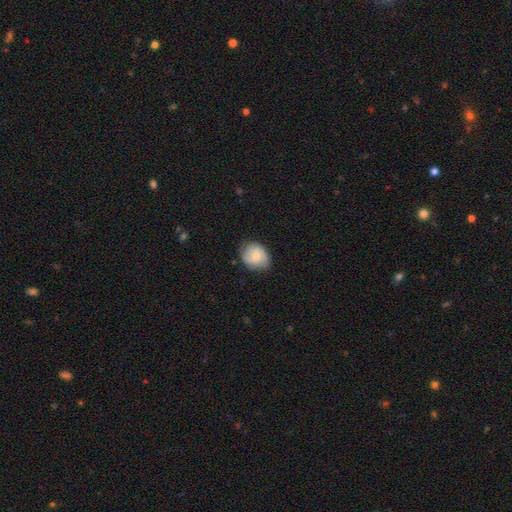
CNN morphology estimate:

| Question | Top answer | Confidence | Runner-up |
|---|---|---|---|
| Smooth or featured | smooth | 53% | featured or disk (40%) |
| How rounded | round | 61% | in between (38%) |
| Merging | none | 71% | minor disturbance (22%) |